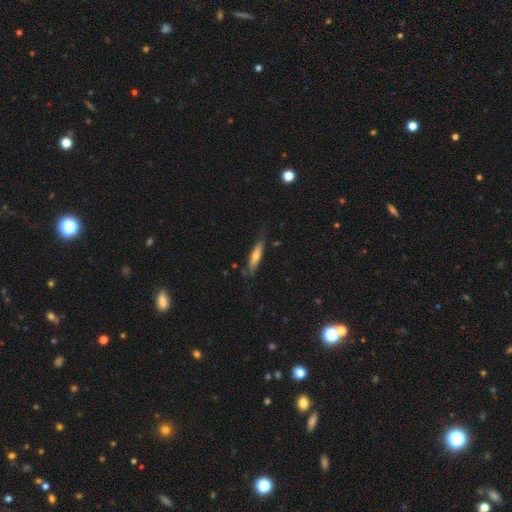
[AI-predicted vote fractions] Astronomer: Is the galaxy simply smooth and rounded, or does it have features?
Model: smooth — 60%.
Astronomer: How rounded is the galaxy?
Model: cigar-shaped — 81%.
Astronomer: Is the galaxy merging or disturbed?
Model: none — 74%.